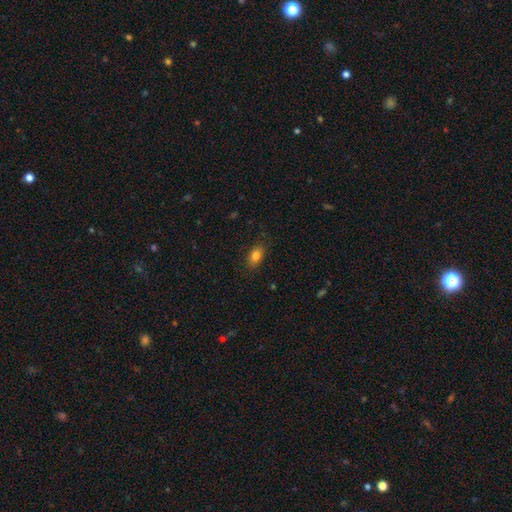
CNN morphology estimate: type=smooth (82%); roundness=in between (87%); merging=none (84%).